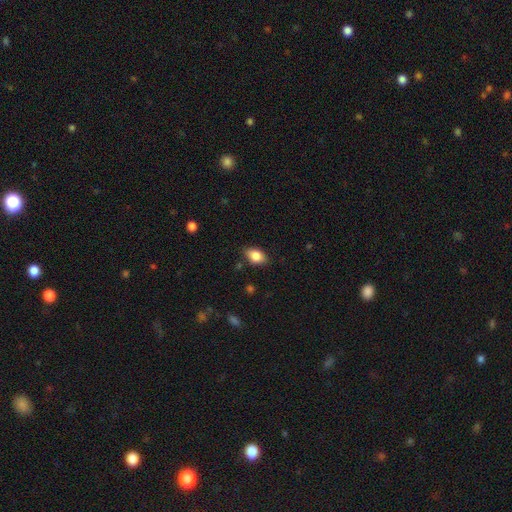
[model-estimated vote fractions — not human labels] This appears to be a smooth galaxy with no disk features (83%) that is in between round and cigar-shaped (84%). Merging: none (80%).